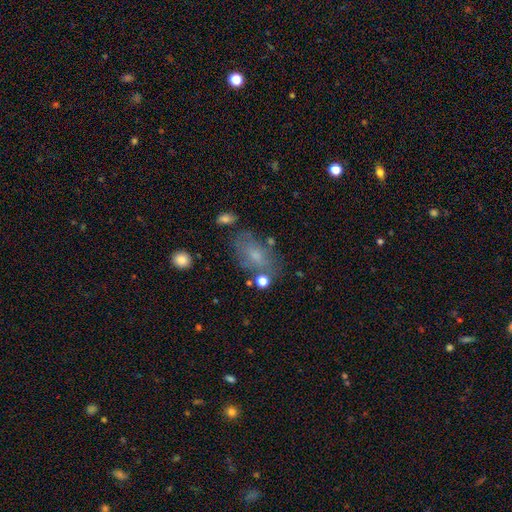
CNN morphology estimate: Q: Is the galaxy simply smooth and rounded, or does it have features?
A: smooth — 55%.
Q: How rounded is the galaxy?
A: in between — 85%.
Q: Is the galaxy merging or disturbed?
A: none — 59%.